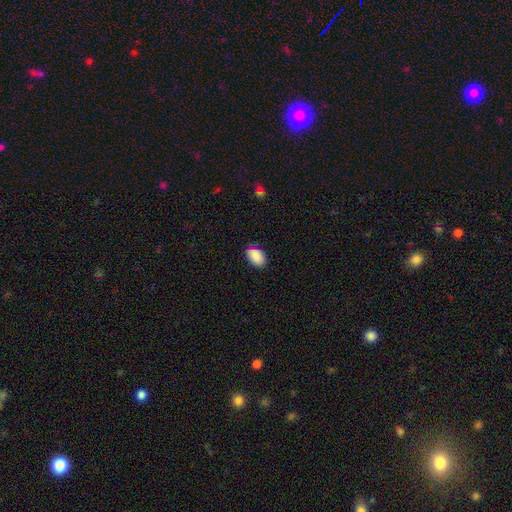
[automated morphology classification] Q: Smooth or featured?
A: smooth (88%); runner-up: star or artifact (7%)
Q: How rounded?
A: in between (90%); runner-up: round (9%)
Q: Merging?
A: none (77%); runner-up: minor disturbance (19%)